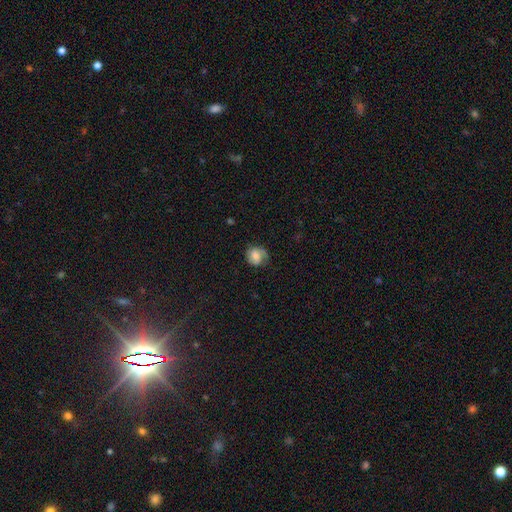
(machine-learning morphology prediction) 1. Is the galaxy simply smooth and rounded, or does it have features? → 54% smooth, 37% featured or disk, 9% star or artifact.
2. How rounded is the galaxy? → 69% round, 30% in between, 1% cigar-shaped.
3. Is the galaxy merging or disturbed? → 62% none, 26% minor disturbance, 11% major disturbance, 1% merger.